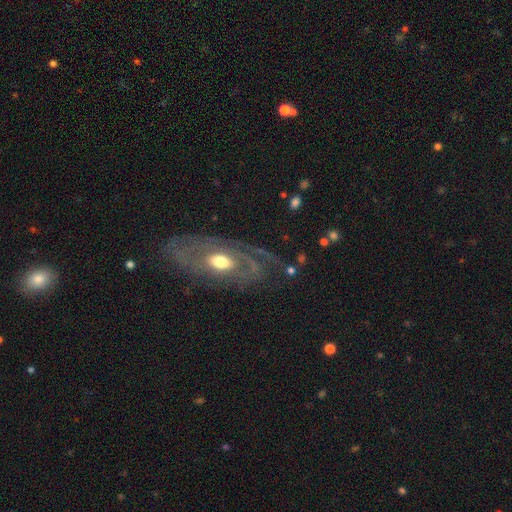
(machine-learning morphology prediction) Smooth or featured?
  - featured or disk: 73% *
  - smooth: 16%
  - star or artifact: 11%
Edge-on disk?
  - no: 84% *
  - yes: 16%
Bar?
  - no: 77% *
  - weak: 18%
  - strong: 5%
Spiral arms?
  - yes: 70% *
  - no: 30%
Bulge size?
  - moderate: 72% *
  - small: 16%
  - large: 9%
  - dominant: 1%
  - none: 1%
Merging?
  - none: 75% *
  - minor disturbance: 16%
  - major disturbance: 7%
  - merger: 2%